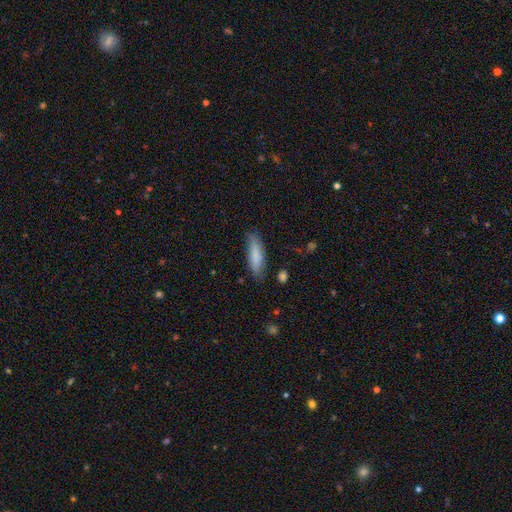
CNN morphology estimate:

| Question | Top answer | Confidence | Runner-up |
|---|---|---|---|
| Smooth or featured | smooth | 81% | featured or disk (12%) |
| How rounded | cigar-shaped | 54% | in between (45%) |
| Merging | none | 71% | minor disturbance (22%) |